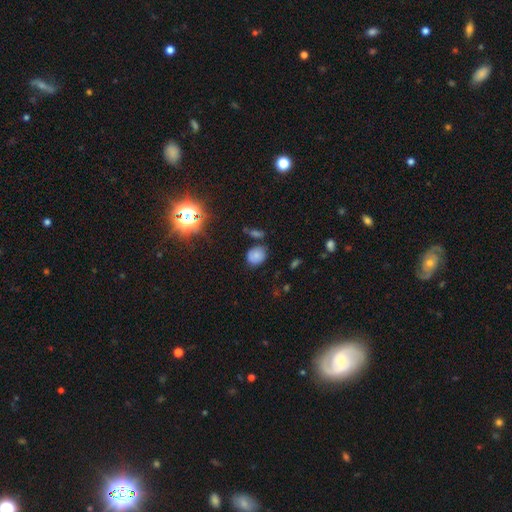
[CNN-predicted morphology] Q: Smooth or featured?
A: smooth (72%); runner-up: star or artifact (16%)
Q: How rounded?
A: round (57%); runner-up: in between (42%)
Q: Merging?
A: none (68%); runner-up: minor disturbance (20%)